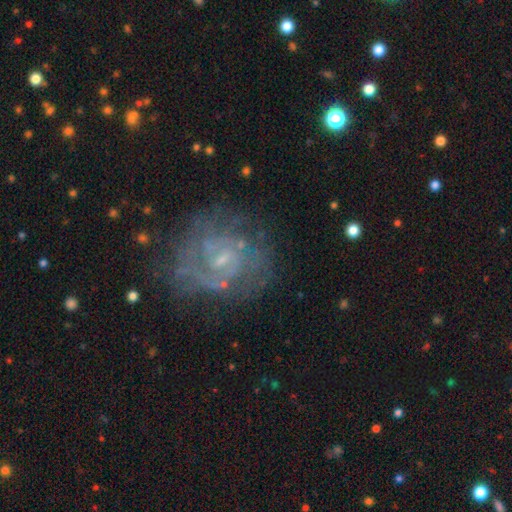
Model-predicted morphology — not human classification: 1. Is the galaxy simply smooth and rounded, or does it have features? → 68% featured or disk, 17% star or artifact, 15% smooth.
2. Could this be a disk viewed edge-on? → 97% no, 3% yes.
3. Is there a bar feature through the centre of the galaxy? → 63% no, 31% weak, 6% strong.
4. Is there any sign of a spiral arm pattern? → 83% yes, 17% no.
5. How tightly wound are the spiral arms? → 57% tight, 32% medium, 11% loose.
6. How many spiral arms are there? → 43% can't tell, 28% 2, 11% 3, 6% 4, 6% 1, 5% more than 4.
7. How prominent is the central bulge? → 71% small, 17% moderate, 9% none, 1% large, 1% dominant.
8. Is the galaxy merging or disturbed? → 75% none, 15% minor disturbance, 8% major disturbance, 2% merger.